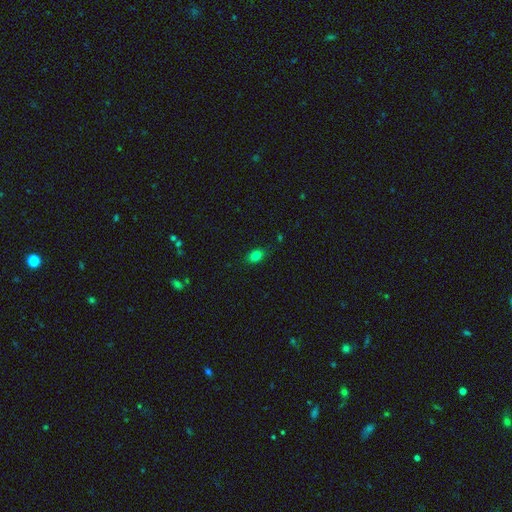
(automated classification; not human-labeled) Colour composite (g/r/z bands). It shows a smooth galaxy with no disk features (80%) that is in between round and cigar-shaped (77%). Merging: none (81%).